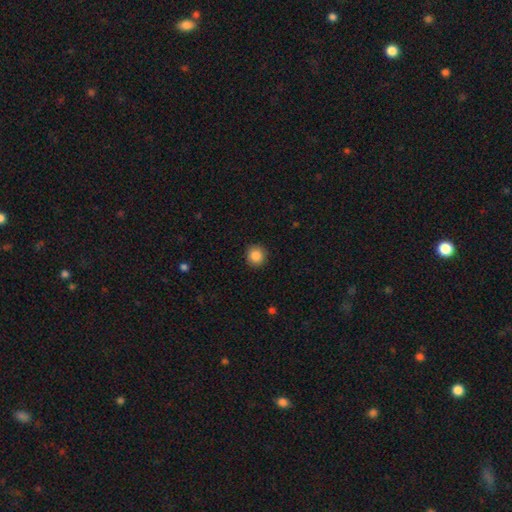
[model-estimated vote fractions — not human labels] A smooth galaxy with no disk features (87%) that is round (93%). Merging: none (92%).